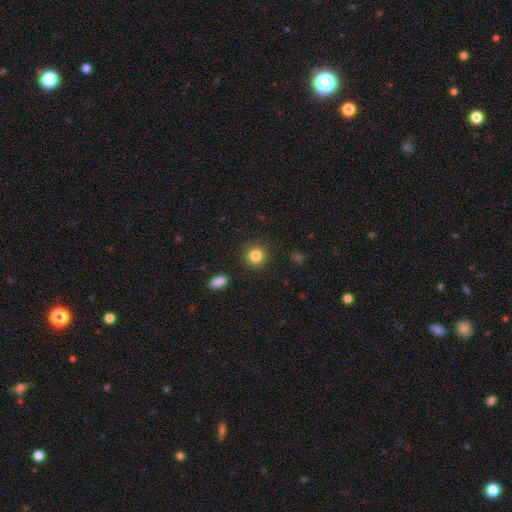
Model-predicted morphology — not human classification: smooth-or-featured: smooth: 85% | star or artifact: 11% | featured or disk: 5%
  how-rounded: round: 91% | in between: 8% | cigar-shaped: 1%
  merging: none: 90% | minor disturbance: 6% | major disturbance: 2% | merger: 1%